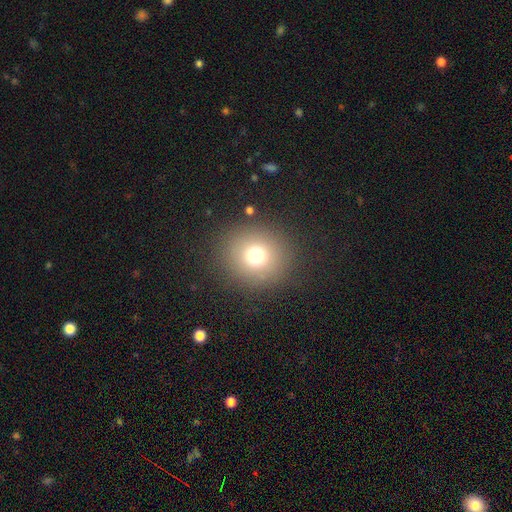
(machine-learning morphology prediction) Smooth or featured? Predicted: smooth (p=0.72). How rounded? Predicted: round (p=0.90). Merging? Predicted: none (p=0.87).